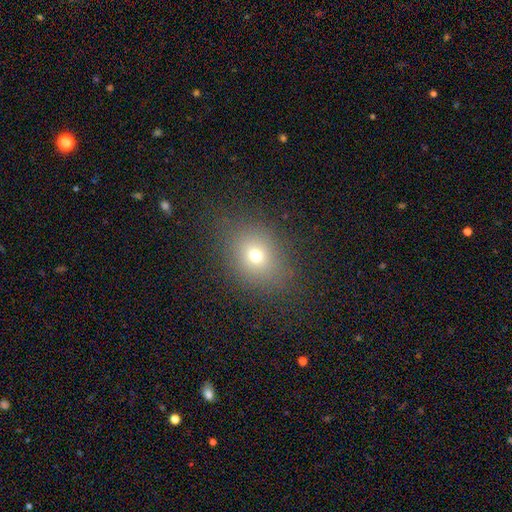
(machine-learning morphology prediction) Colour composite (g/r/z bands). It shows a smooth galaxy with no disk features (69%) that is round (56%). Merging: none (83%).